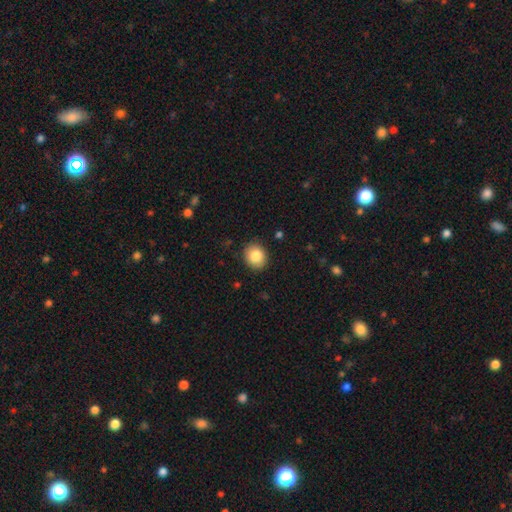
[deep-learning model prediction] This is clearly a smooth galaxy (84%). How rounded: likely round (67%). Merging: clearly none (89%).